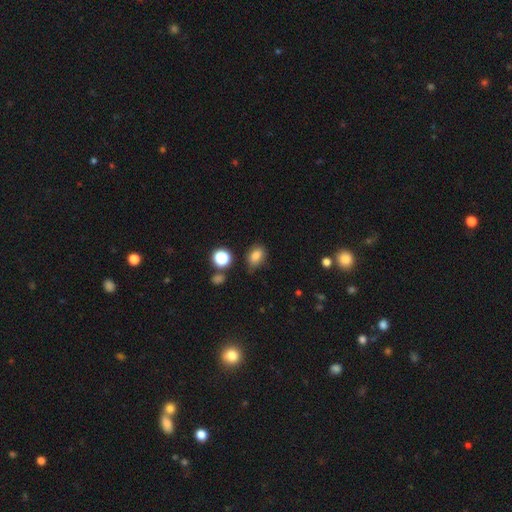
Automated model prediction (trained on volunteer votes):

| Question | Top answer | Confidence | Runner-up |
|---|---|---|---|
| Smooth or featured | smooth | 81% | star or artifact (12%) |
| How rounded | in between | 74% | round (24%) |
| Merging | none | 69% | minor disturbance (22%) |